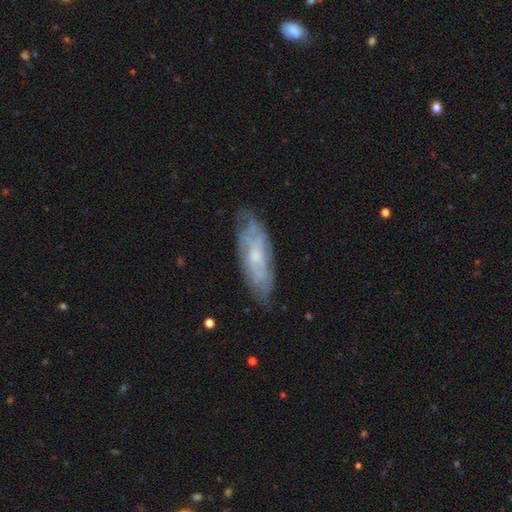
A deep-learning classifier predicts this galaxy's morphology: This appears to be a featured or disk galaxy (63%) with no bar (69%), spiral arms (67%) and a small central bulge (58%). Merging: none (71%).